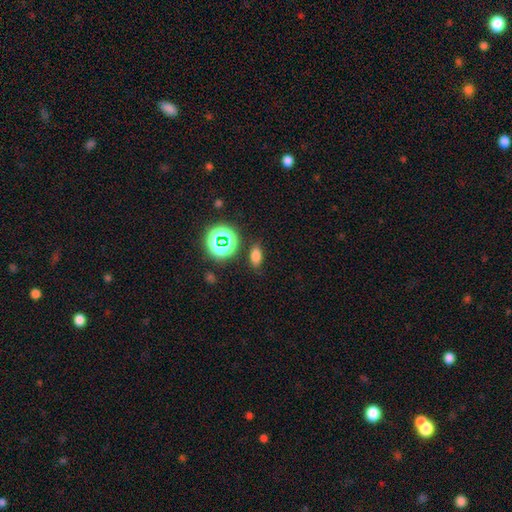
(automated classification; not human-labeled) Smooth or featured? smooth (70%)
How rounded? in between (79%)
Merging? none (83%)